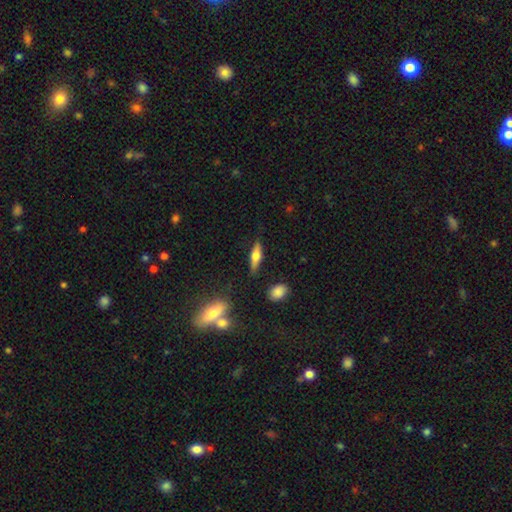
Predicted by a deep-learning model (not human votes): This is possibly a featured or disk galaxy (52%). It is clearly viewed edge-on (93%). Merging: clearly none (83%).